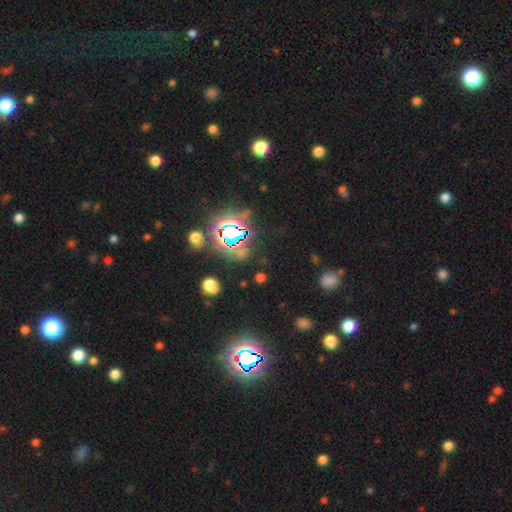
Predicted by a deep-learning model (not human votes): Smooth or featured? star or artifact (79%)